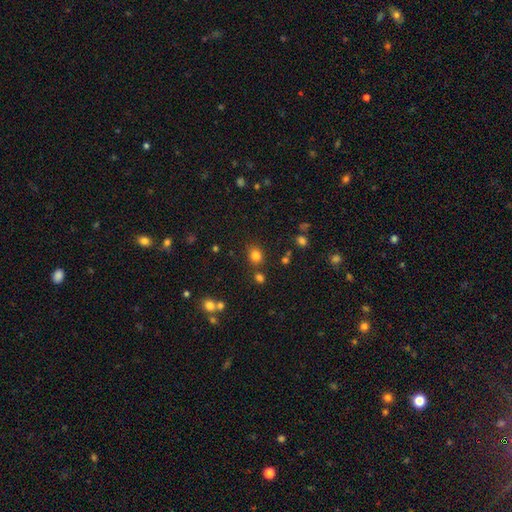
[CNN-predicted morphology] Overall: smooth (79%). How rounded: round (72%). Merging: none (79%).